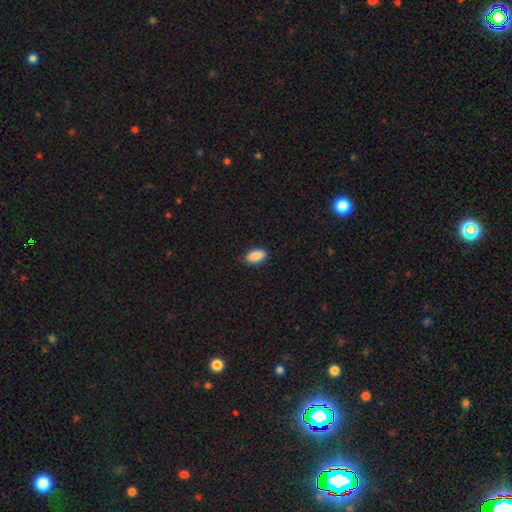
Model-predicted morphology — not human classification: A smooth galaxy with no disk features (90%) that is in between round and cigar-shaped (91%).

Vote fractions:
- Smooth or featured? smooth: 90% / star or artifact: 7% / featured or disk: 3%
- How rounded? in between: 91% / cigar-shaped: 6% / round: 3%
- Merging? none: 88% / minor disturbance: 9% / major disturbance: 2% / merger: 1%